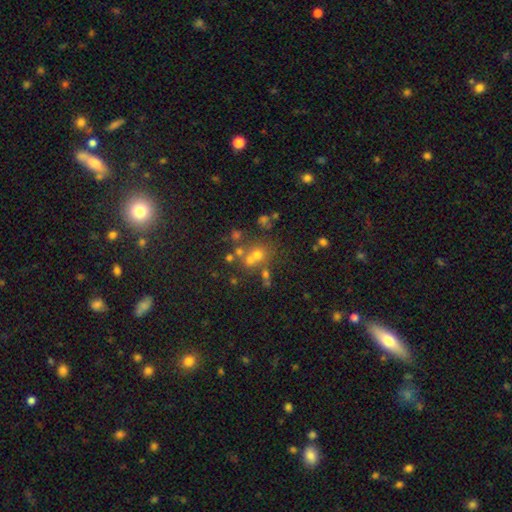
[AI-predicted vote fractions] Smooth or featured: smooth — 53% (star or artifact — 24%)
How rounded: round — 79% (in between — 20%)
Merging: none — 46% (merger — 38%)